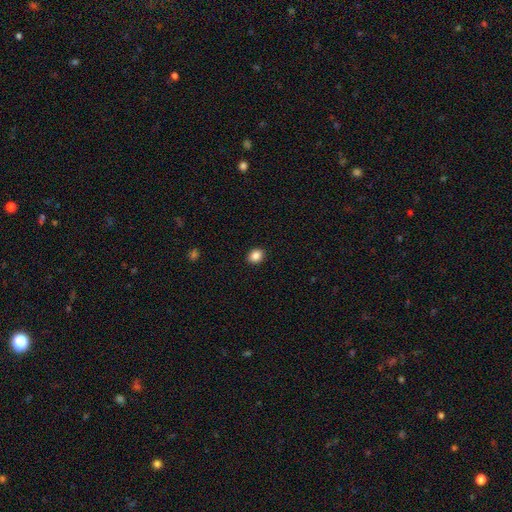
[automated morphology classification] A smooth galaxy with no disk features (87%) that is round (57%). Merging: none (92%).